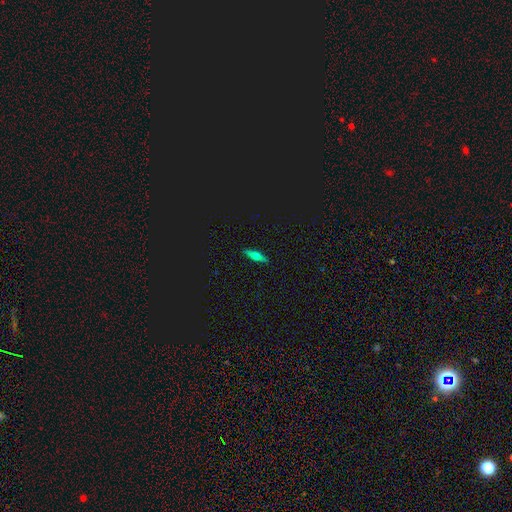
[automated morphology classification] smooth_or_featured: smooth (p=0.50) [alt: featured or disk p=0.40]
merging: none (p=0.90) [alt: minor disturbance p=0.08]